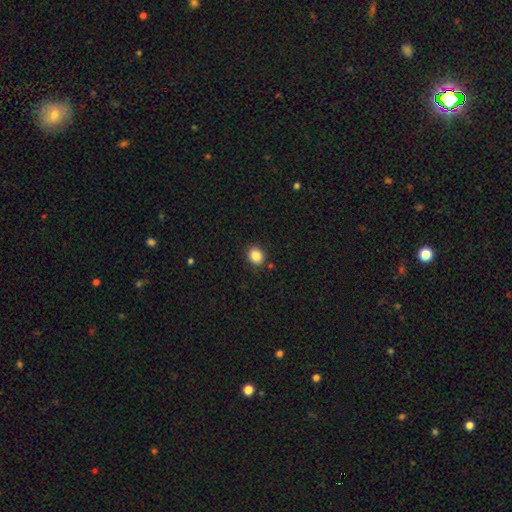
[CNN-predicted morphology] Smooth or featured? Predicted: smooth (p=0.86). How rounded? Predicted: round (p=0.67). Merging? Predicted: none (p=0.88).